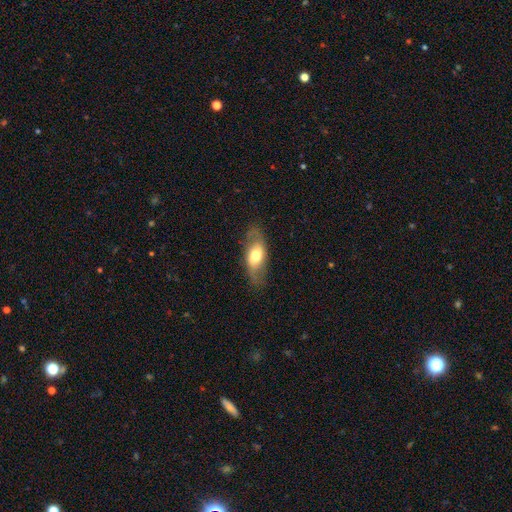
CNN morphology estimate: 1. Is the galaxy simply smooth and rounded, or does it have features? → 50% smooth, 43% featured or disk, 7% star or artifact.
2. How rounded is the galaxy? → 82% in between, 11% cigar-shaped, 6% round.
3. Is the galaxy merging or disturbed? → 74% none, 18% minor disturbance, 7% major disturbance, 1% merger.